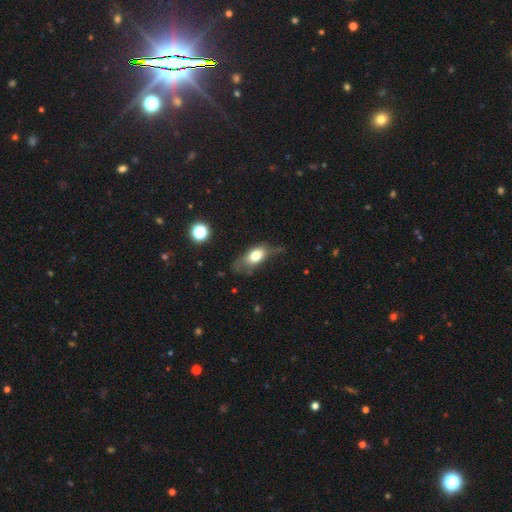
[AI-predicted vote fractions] Morphology: type=smooth (70%); roundness=in between (83%); merging=none (49%).